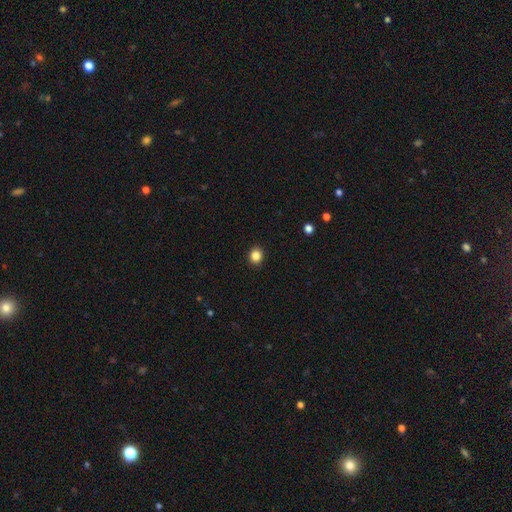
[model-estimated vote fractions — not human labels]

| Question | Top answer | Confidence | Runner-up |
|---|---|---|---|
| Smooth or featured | smooth | 85% | star or artifact (11%) |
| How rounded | round | 75% | in between (24%) |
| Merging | none | 92% | minor disturbance (5%) |